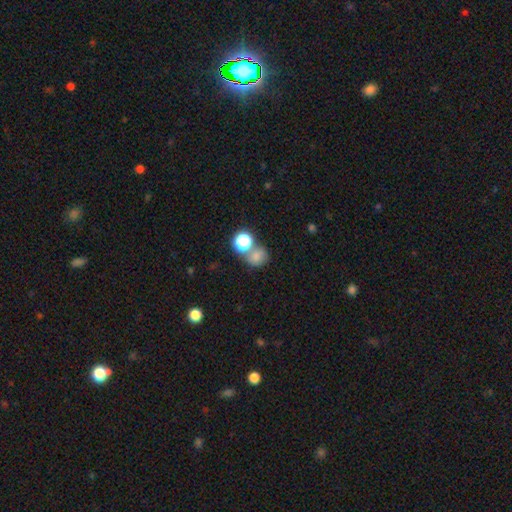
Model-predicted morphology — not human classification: Smooth or featured? smooth (74%)
How rounded? round (71%)
Merging? none (48%)